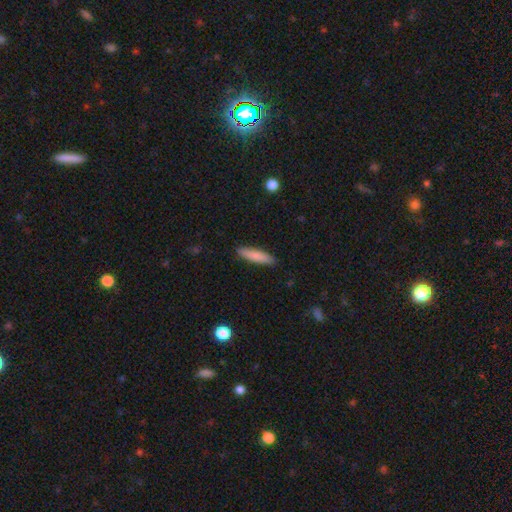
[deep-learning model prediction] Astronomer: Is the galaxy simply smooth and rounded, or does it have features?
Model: smooth — 83%.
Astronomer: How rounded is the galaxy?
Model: cigar-shaped — 80%.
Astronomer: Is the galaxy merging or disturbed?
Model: none — 89%.